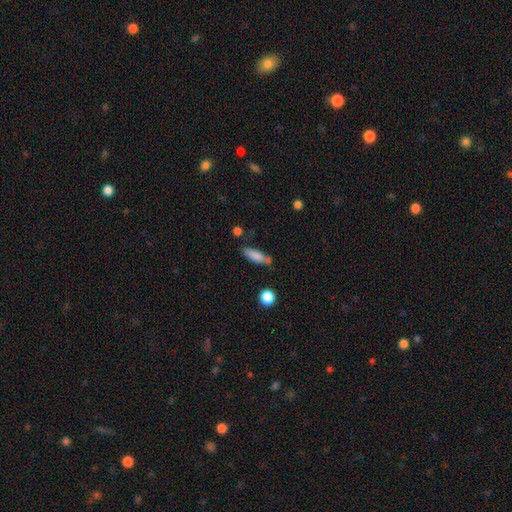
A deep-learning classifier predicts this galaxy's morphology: This is clearly a smooth galaxy (81%). How rounded: possibly cigar-shaped (52%). Merging: likely none (65%).